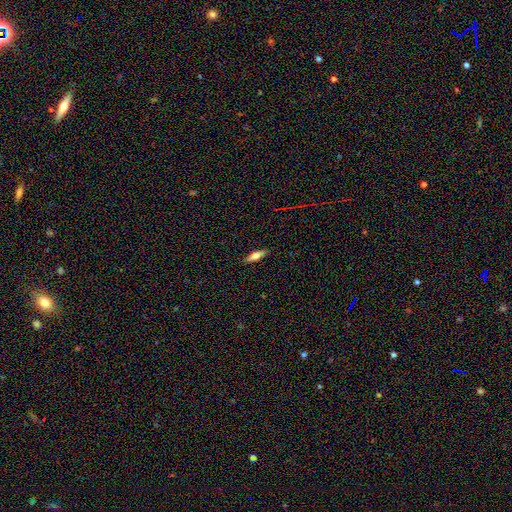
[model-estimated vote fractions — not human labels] Morphology: type=smooth (60%); roundness=cigar-shaped (55%); merging=none (88%).